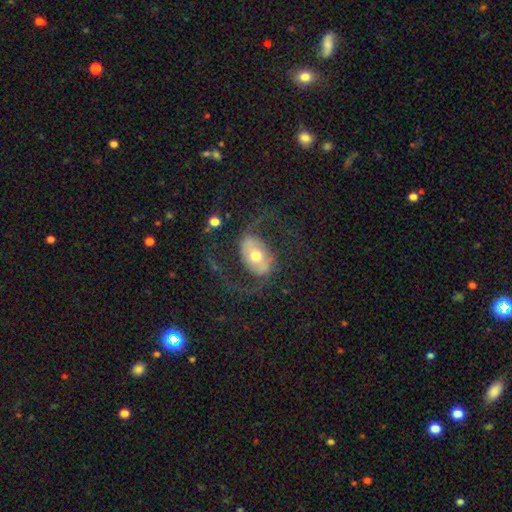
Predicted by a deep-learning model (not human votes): Smooth or featured? featured or disk (79%)
Edge-on disk? no (96%)
Bar? no (42%)
Spiral arms? yes (87%)
Spiral winding? loose (53%)
Spiral arm count? 2 (91%)
Bulge size? moderate (69%)
Merging? none (66%)